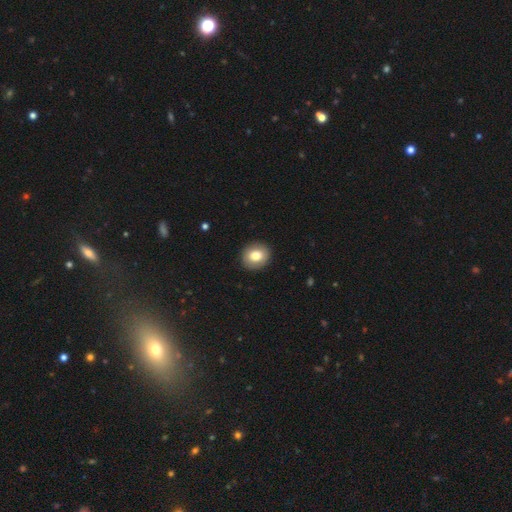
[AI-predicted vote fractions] smooth 77%, featured or disk 15%, star or artifact 8%. Down the decision tree: how rounded — round (78%); merging — none (90%).